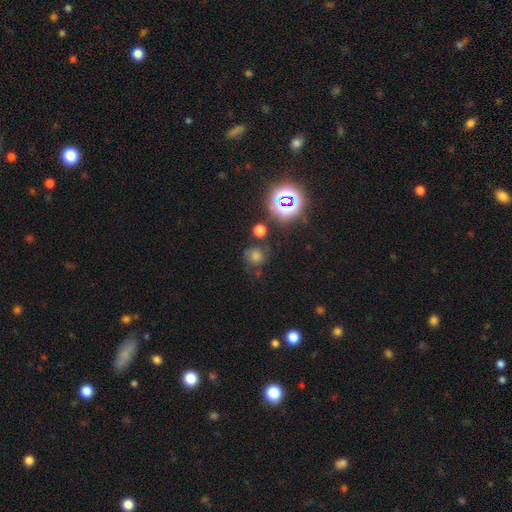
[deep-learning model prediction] This is possibly a smooth galaxy (57%). How rounded: clearly round (88%). Merging: likely none (73%).